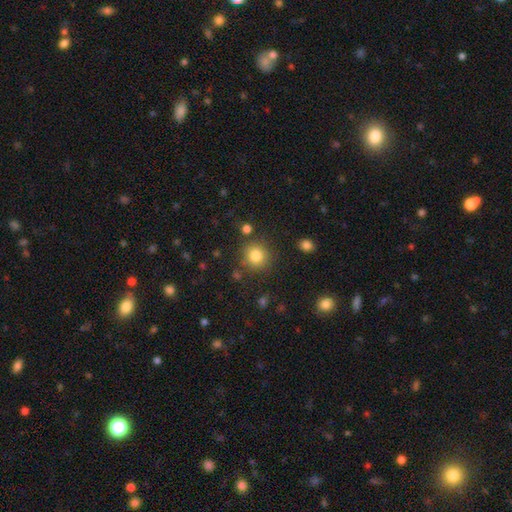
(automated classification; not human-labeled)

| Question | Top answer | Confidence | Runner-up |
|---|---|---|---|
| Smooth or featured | smooth | 82% | star or artifact (11%) |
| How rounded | round | 91% | in between (8%) |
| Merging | none | 83% | minor disturbance (9%) |